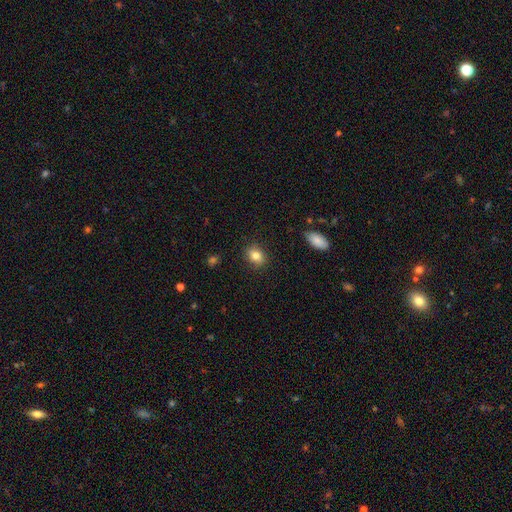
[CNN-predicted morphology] This appears to be a smooth galaxy with no disk features (82%) that is in between round and cigar-shaped (58%). Merging: none (86%).